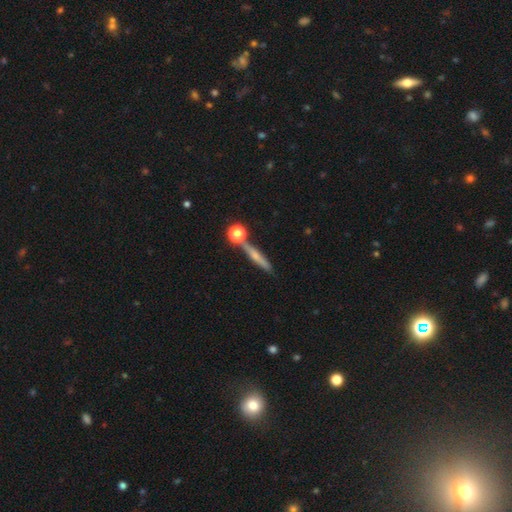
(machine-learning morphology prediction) This appears to be a smooth galaxy with no disk features (47%). Merging: none (73%).